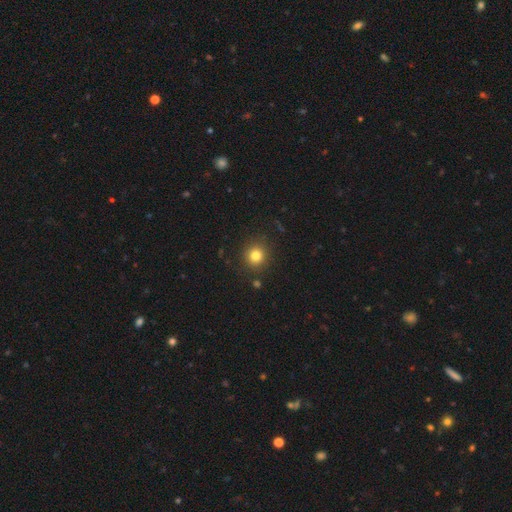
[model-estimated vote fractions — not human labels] This is clearly a smooth galaxy (80%). How rounded: clearly round (91%). Merging: clearly none (89%).